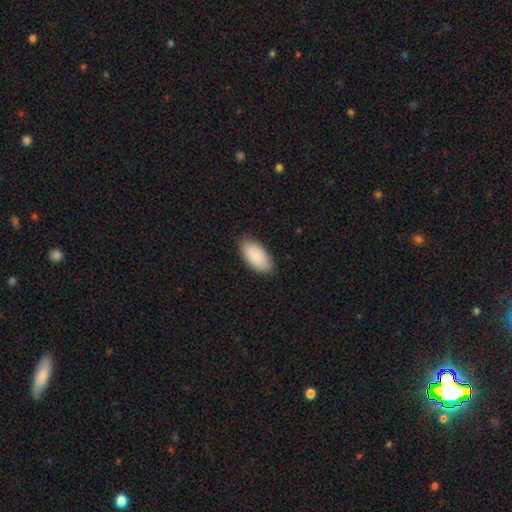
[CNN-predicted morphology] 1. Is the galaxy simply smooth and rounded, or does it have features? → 89% smooth, 6% star or artifact, 5% featured or disk.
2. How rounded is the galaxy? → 94% in between, 4% cigar-shaped, 2% round.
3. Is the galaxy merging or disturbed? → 86% none, 11% minor disturbance, 2% major disturbance, 1% merger.